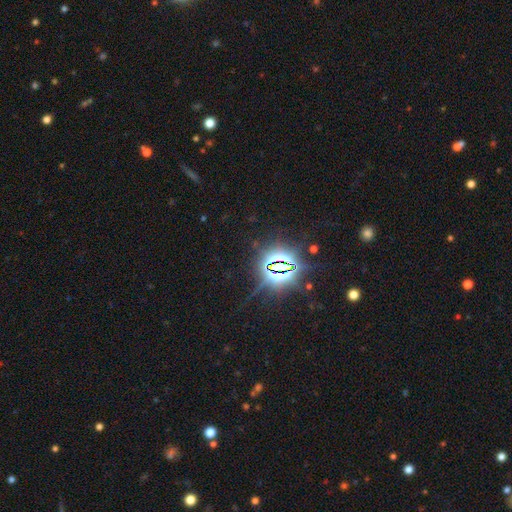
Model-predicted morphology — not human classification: star or artifact 84%, smooth 10%, featured or disk 6%.